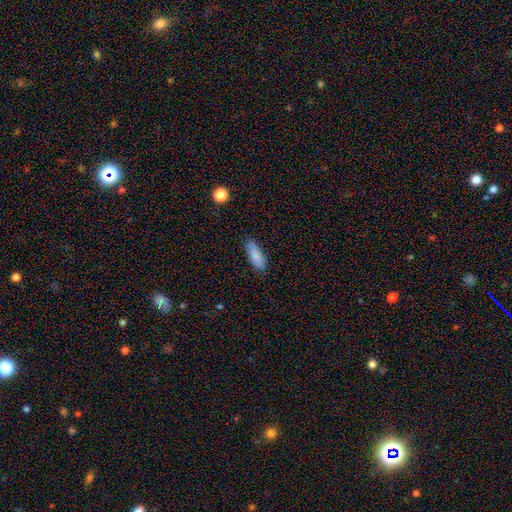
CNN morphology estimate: The model was most divided on "how rounded": in between: 66%, cigar-shaped: 32%, round: 2%. More confident: smooth or featured — smooth (86%); merging — none (81%).